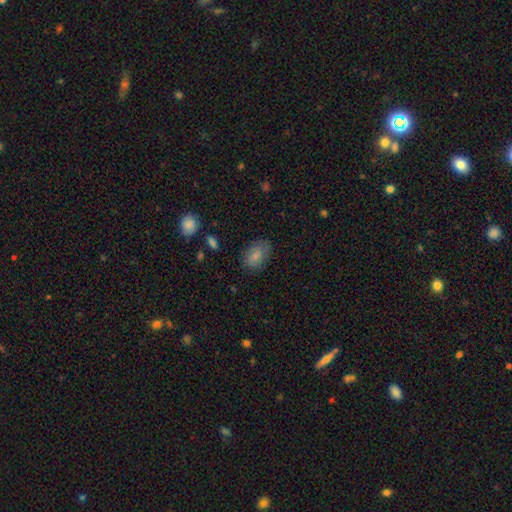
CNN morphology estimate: The model was most divided on "merging": none: 74%, minor disturbance: 20%, major disturbance: 5%, merger: 2%. More confident: how rounded — in between (85%); smooth or featured — smooth (79%).